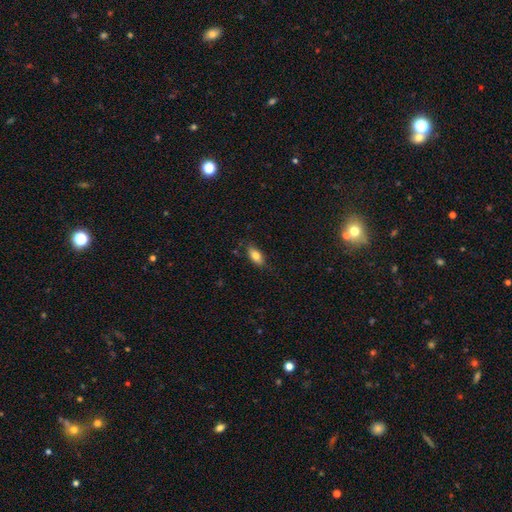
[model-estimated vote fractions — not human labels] Overall: smooth (77%). How rounded: in between (85%). Merging: none (80%).